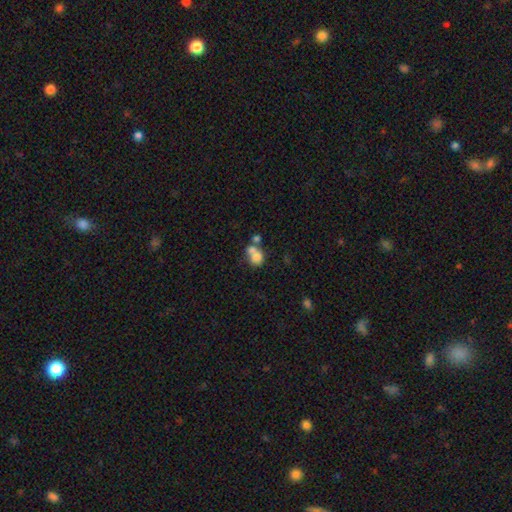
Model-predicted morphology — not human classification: Smooth or featured?
  - smooth: 69% *
  - featured or disk: 20%
  - star or artifact: 11%
How rounded?
  - round: 65% *
  - in between: 34%
  - cigar-shaped: 1%
Merging?
  - merger: 61% *
  - none: 26%
  - minor disturbance: 8%
  - major disturbance: 5%